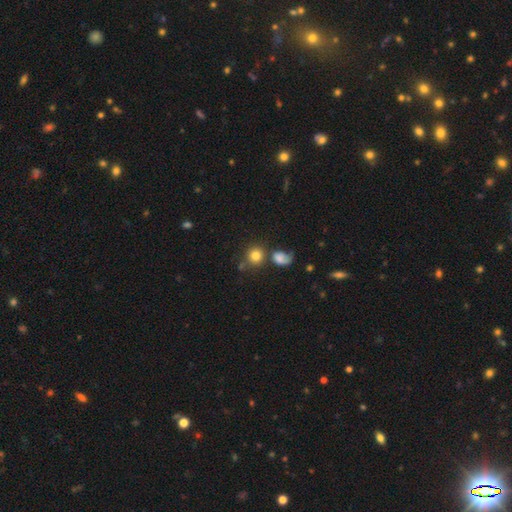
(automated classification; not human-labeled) The model was most divided on "merging": none: 63%, merger: 18%, minor disturbance: 12%, major disturbance: 6%. More confident: how rounded — round (86%); smooth or featured — smooth (80%).